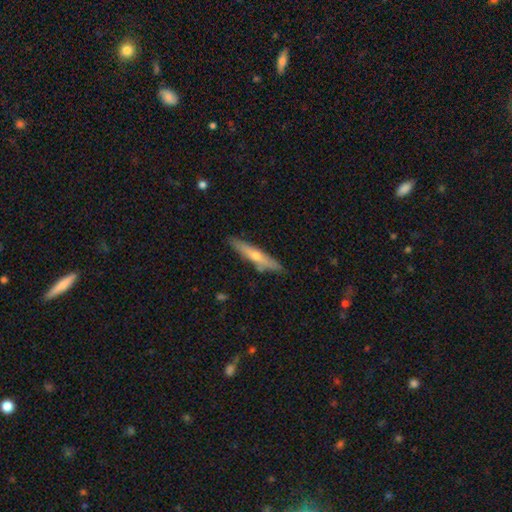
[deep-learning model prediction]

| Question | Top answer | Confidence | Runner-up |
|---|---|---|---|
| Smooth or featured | featured or disk | 50% | smooth (44%) |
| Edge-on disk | yes | 91% | no (9%) |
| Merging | none | 84% | minor disturbance (11%) |